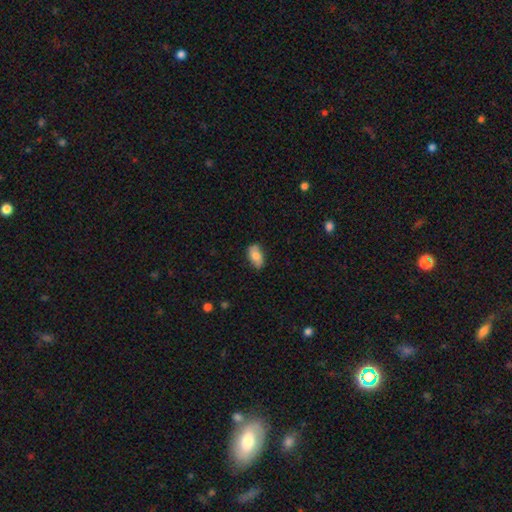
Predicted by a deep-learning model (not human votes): Overall: smooth (67%). How rounded: in between (91%). Merging: none (77%).